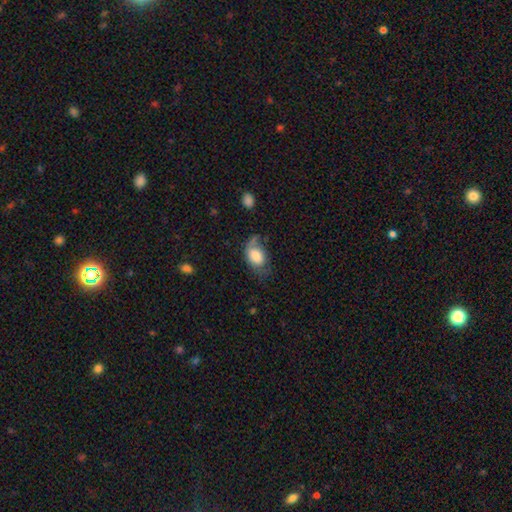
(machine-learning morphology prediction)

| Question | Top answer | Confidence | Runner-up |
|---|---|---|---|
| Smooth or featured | smooth | 70% | featured or disk (22%) |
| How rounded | in between | 84% | round (14%) |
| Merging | none | 36% | minor disturbance (32%) |